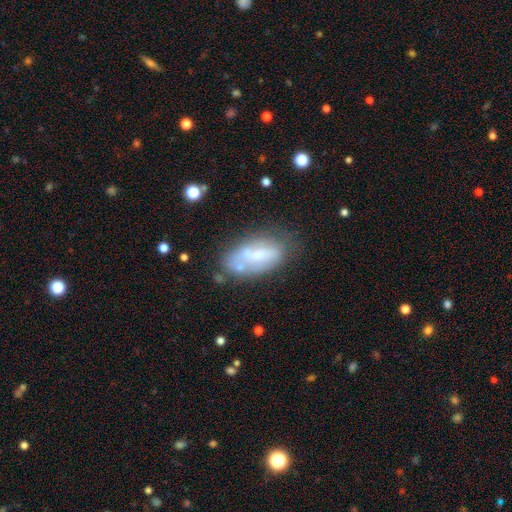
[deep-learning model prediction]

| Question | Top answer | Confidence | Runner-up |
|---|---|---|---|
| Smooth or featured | smooth | 47% | featured or disk (44%) |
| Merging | none | 49% | minor disturbance (25%) |